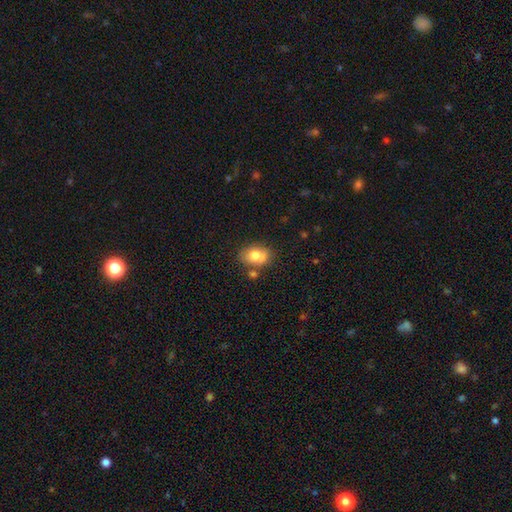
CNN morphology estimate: Smooth or featured?
  - smooth: 75% *
  - featured or disk: 16%
  - star or artifact: 9%
How rounded?
  - in between: 74% *
  - round: 24%
  - cigar-shaped: 1%
Merging?
  - none: 65% *
  - minor disturbance: 19%
  - merger: 12%
  - major disturbance: 4%